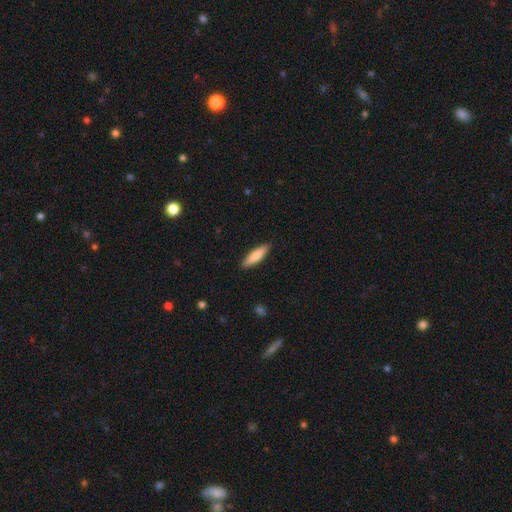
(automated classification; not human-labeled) smooth 76%, featured or disk 19%, star or artifact 5%. Down the decision tree: how rounded — cigar-shaped (71%); merging — none (89%).